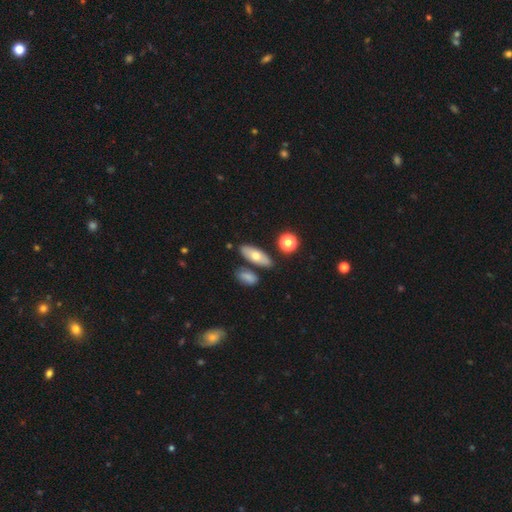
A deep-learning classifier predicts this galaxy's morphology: Smooth or featured? Predicted: smooth (p=0.64). How rounded? Predicted: in between (p=0.73). Merging? Predicted: none (p=0.80).